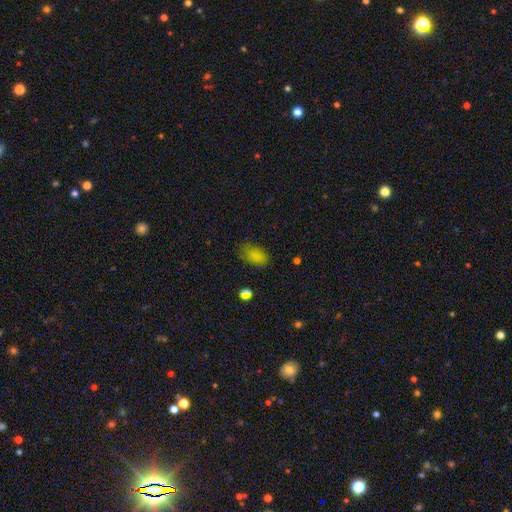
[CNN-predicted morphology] Smooth or featured?
  - smooth: 76% *
  - star or artifact: 18%
  - featured or disk: 6%
How rounded?
  - in between: 87% *
  - round: 11%
  - cigar-shaped: 2%
Merging?
  - none: 74% *
  - minor disturbance: 19%
  - major disturbance: 6%
  - merger: 2%